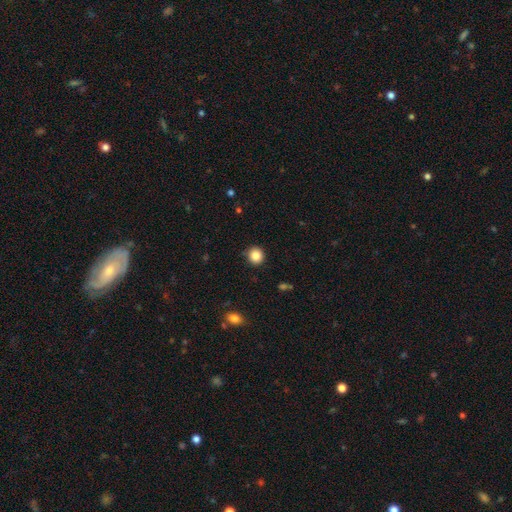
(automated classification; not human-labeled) smooth 85%, star or artifact 10%, featured or disk 5%. Down the decision tree: how rounded — round (90%); merging — none (89%).